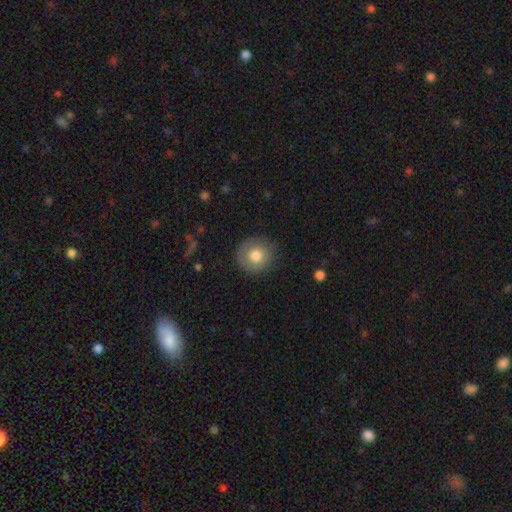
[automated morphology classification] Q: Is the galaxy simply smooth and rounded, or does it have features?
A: smooth — 74%.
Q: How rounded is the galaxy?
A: round — 92%.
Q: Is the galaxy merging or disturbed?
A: none — 85%.